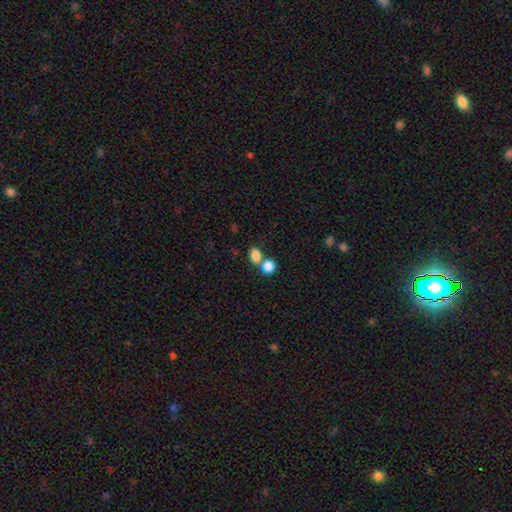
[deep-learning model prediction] smooth 83%, star or artifact 10%, featured or disk 7%. Down the decision tree: how rounded — in between (54%); merging — merger (46%).